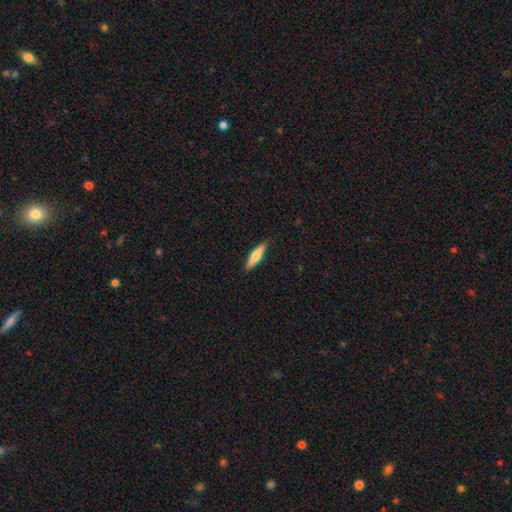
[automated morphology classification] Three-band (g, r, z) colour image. It shows a smooth galaxy with no disk features (67%) that is cigar-shaped (73%). Merging: none (87%).